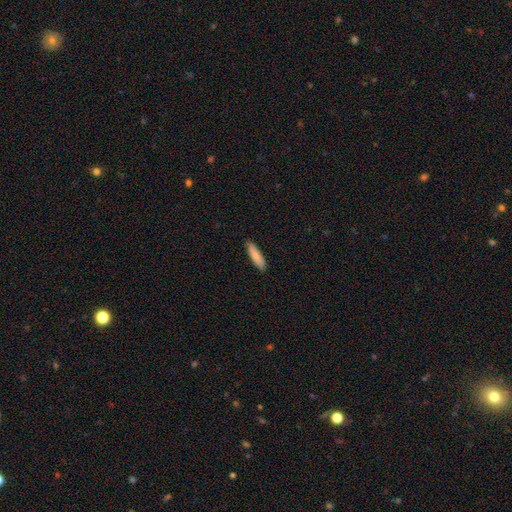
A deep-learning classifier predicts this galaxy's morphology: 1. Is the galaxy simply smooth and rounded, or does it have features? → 84% smooth, 10% featured or disk, 5% star or artifact.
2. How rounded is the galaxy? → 67% cigar-shaped, 32% in between, 1% round.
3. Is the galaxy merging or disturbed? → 89% none, 8% minor disturbance, 2% major disturbance, 1% merger.